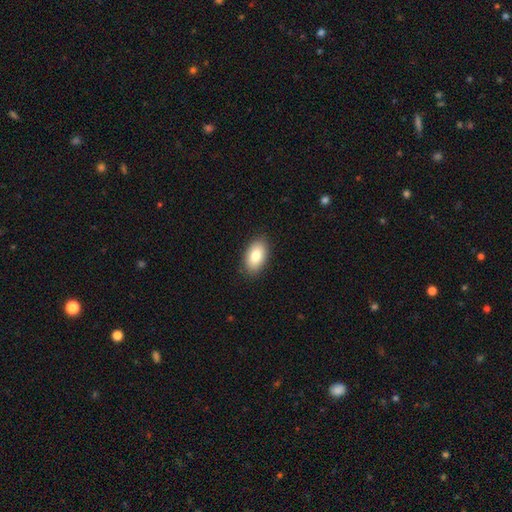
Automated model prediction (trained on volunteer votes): Morphology: type=smooth (83%); roundness=in between (93%); merging=none (88%).